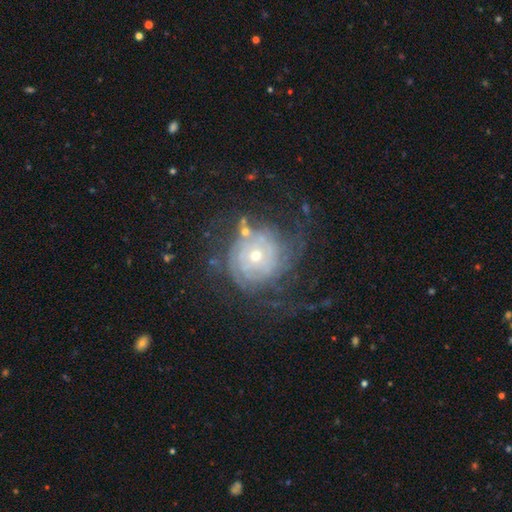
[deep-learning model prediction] This appears to be a featured or disk galaxy (78%) with no bar (83%), tight (74%) spiral arms (85%) and a small central bulge (58%). Merging: none (59%).